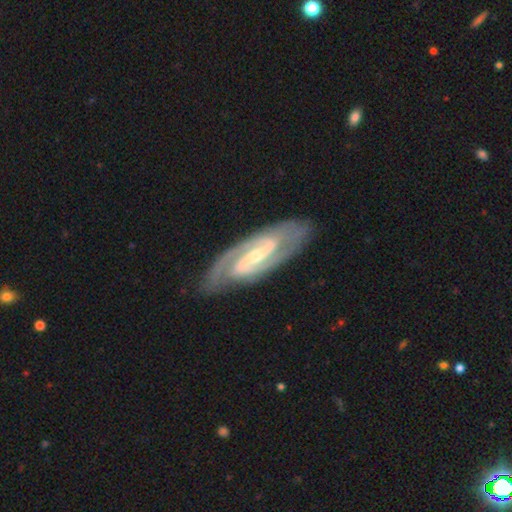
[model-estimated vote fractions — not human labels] smooth-or-featured: featured or disk: 91% | smooth: 5% | star or artifact: 4%
  disk-edge-on: no: 94% | yes: 6%
    bar: strong: 55% | weak: 32% | no: 13%
    has-spiral-arms: yes: 98% | no: 2%
      spiral-winding: medium: 52% | tight: 37% | loose: 12%
      spiral-arm-count: 2: 91% | 3: 3% | can't tell: 3% | 1: 1% | 4: 1% | more than 4: 1%
    bulge-size: small: 62% | moderate: 34% | large: 2% | none: 1% | dominant: 1%
  merging: none: 84% | minor disturbance: 12% | major disturbance: 3% | merger: 1%